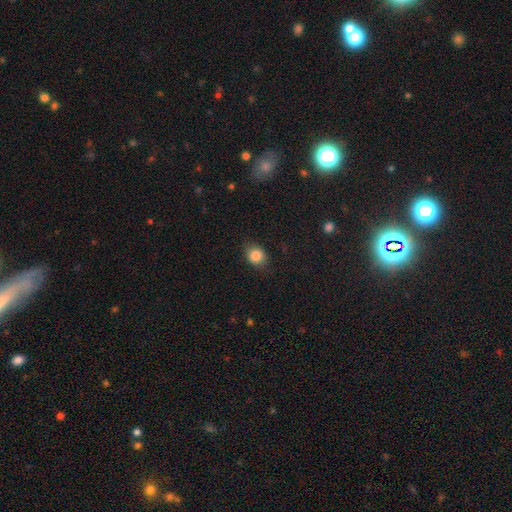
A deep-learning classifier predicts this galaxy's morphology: smooth_or_featured: smooth (p=0.84) [alt: star or artifact p=0.10]
how_rounded: round (p=0.61) [alt: in between p=0.38]
merging: none (p=0.80) [alt: minor disturbance p=0.15]